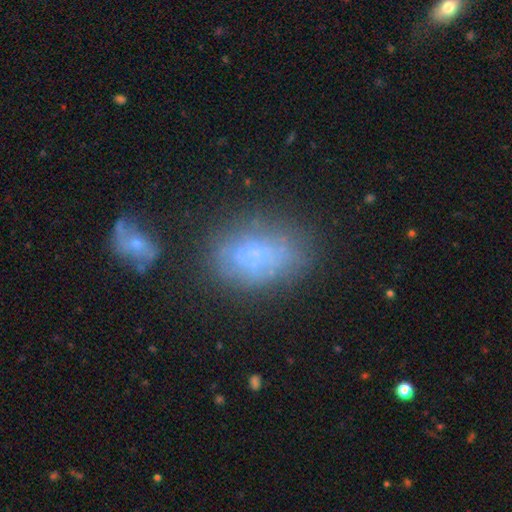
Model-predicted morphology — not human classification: Smooth or featured? smooth (56%)
How rounded? in between (84%)
Merging? none (54%)